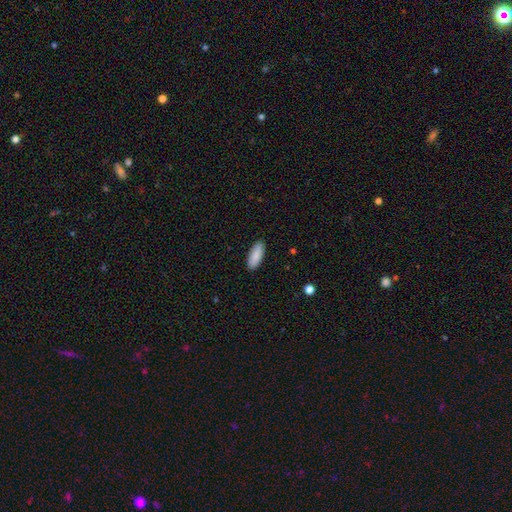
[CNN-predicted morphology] Smooth or featured?
  - smooth: 90% *
  - star or artifact: 6%
  - featured or disk: 4%
How rounded?
  - in between: 76% *
  - cigar-shaped: 22%
  - round: 2%
Merging?
  - none: 91% *
  - minor disturbance: 7%
  - major disturbance: 2%
  - merger: 1%